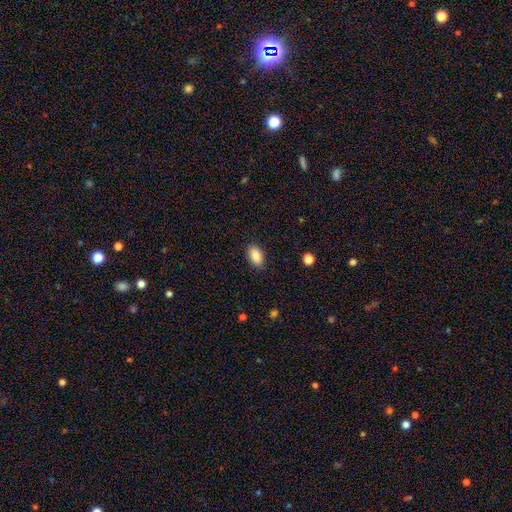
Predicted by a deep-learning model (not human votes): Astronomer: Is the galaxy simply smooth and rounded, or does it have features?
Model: smooth — 88%.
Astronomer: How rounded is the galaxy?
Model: in between — 92%.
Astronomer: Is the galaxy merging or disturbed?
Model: none — 87%.